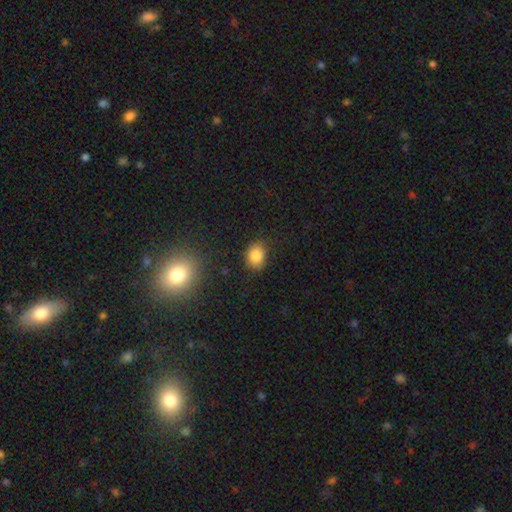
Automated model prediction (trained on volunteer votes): This appears to be a smooth galaxy with no disk features (83%) that is in between round and cigar-shaped (50%). Merging: none (71%).